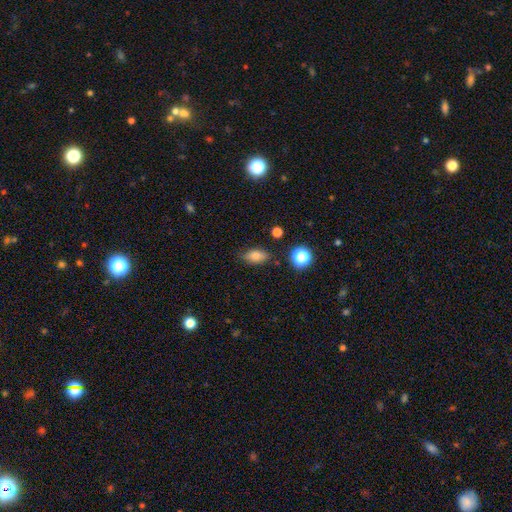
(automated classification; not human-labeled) smooth 78%, star or artifact 11%, featured or disk 10%. Down the decision tree: how rounded — in between (84%); merging — none (78%).